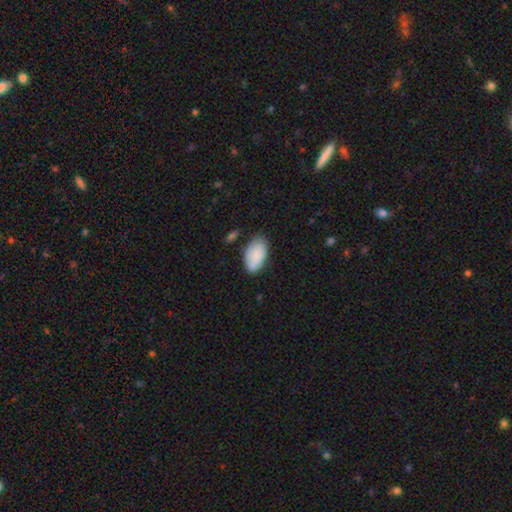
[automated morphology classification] Q: Smooth or featured?
A: smooth (85%); runner-up: featured or disk (8%)
Q: How rounded?
A: in between (95%); runner-up: round (3%)
Q: Merging?
A: none (70%); runner-up: minor disturbance (23%)